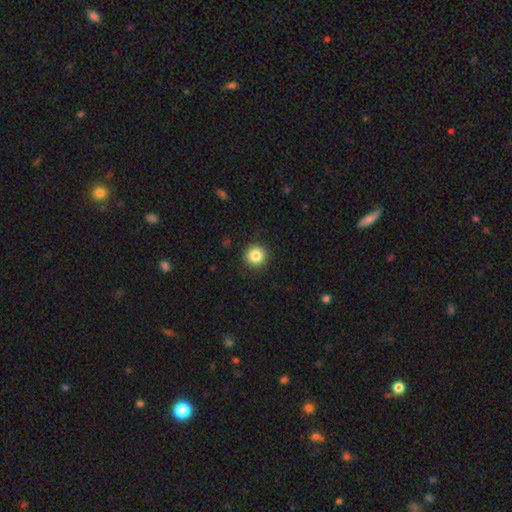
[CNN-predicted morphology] Overall: smooth (85%). How rounded: round (95%). Merging: none (92%).